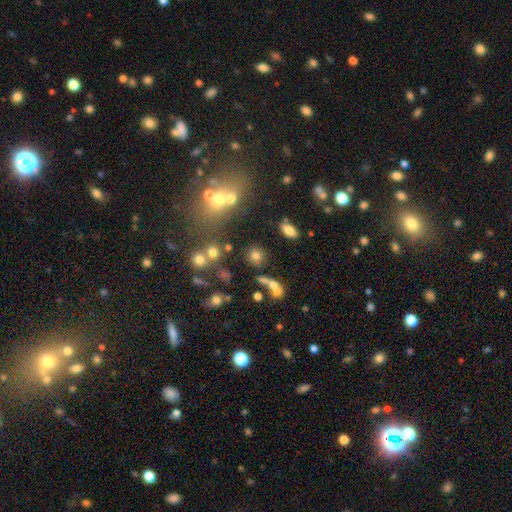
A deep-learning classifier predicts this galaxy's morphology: Smooth or featured? smooth (71%)
How rounded? round (79%)
Merging? none (67%)